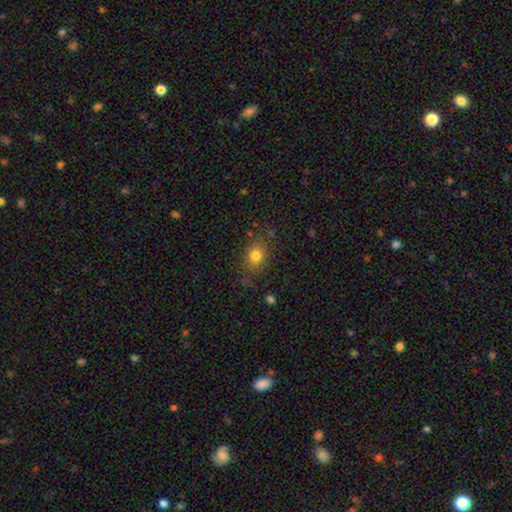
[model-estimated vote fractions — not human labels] Overall: smooth (78%). How rounded: in between (57%; round 41%). Merging: none (73%).